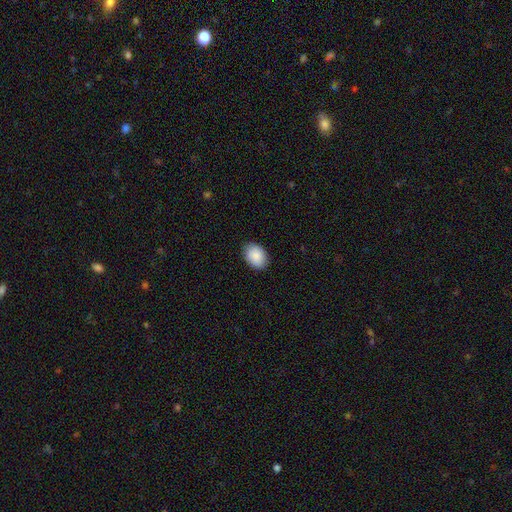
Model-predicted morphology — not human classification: Smooth or featured: smooth — 89% (star or artifact — 6%)
How rounded: in between — 78% (round — 21%)
Merging: none — 87% (minor disturbance — 10%)